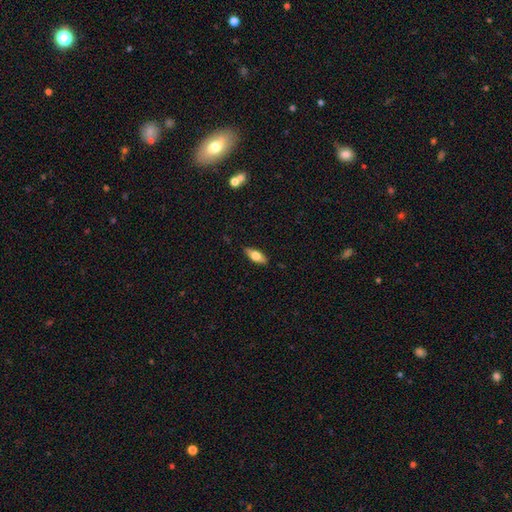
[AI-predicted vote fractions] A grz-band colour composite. It shows a smooth galaxy with no disk features (67%) that is in between round and cigar-shaped (75%). Merging: none (86%).